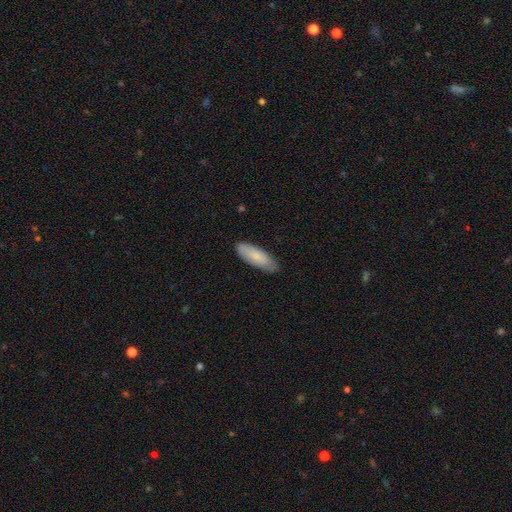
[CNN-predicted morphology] Smooth or featured?
  - smooth: 78% *
  - featured or disk: 17%
  - star or artifact: 6%
How rounded?
  - in between: 61% *
  - cigar-shaped: 37%
  - round: 2%
Merging?
  - none: 82% *
  - minor disturbance: 15%
  - major disturbance: 2%
  - merger: 1%